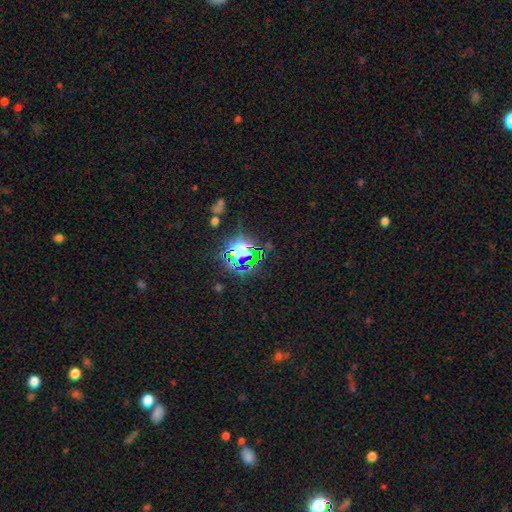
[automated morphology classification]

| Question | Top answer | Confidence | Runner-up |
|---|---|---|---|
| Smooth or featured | star or artifact | 74% | smooth (16%) |